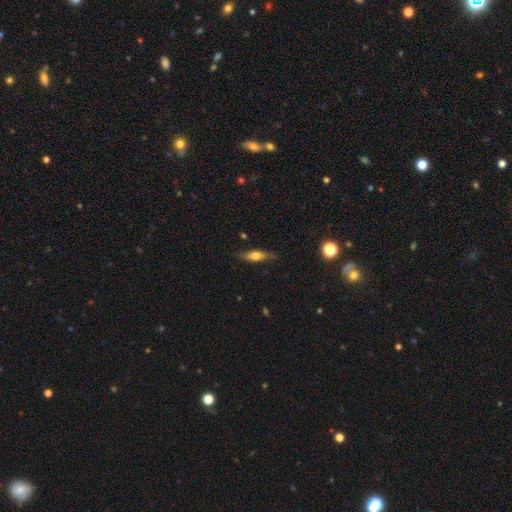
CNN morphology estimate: Overall: smooth (47%; featured or disk 46%). Merging: none (79%).